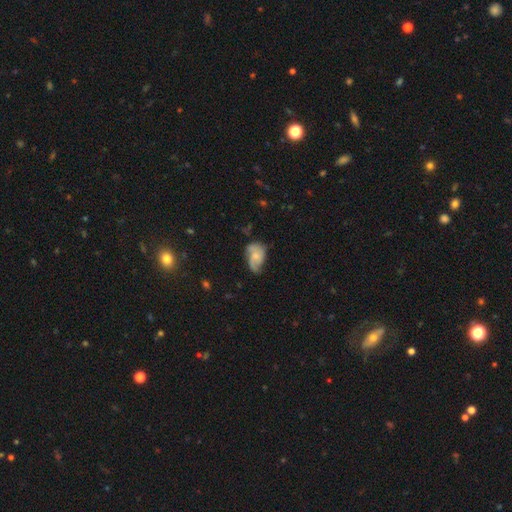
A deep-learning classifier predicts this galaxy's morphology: This is possibly a featured or disk galaxy (54%). It is clearly not viewed edge-on (97%). Bar: likely no (72%). Spiral arm pattern: clearly yes (80%). Central bulge: possibly small (47%). Merging: marginally none (40%).